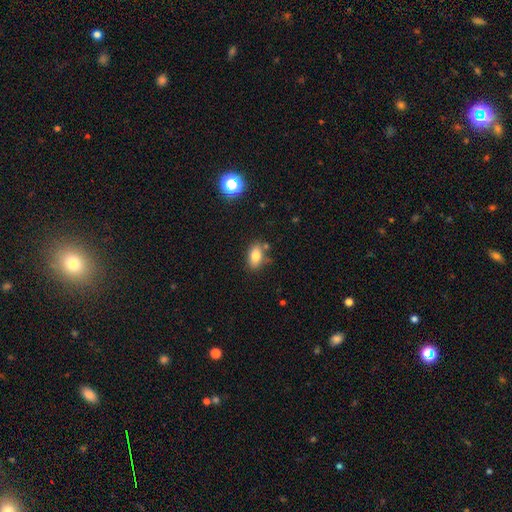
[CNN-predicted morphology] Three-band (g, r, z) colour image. It shows a smooth galaxy with no disk features (80%) that is in between round and cigar-shaped (87%). Merging: none (74%).